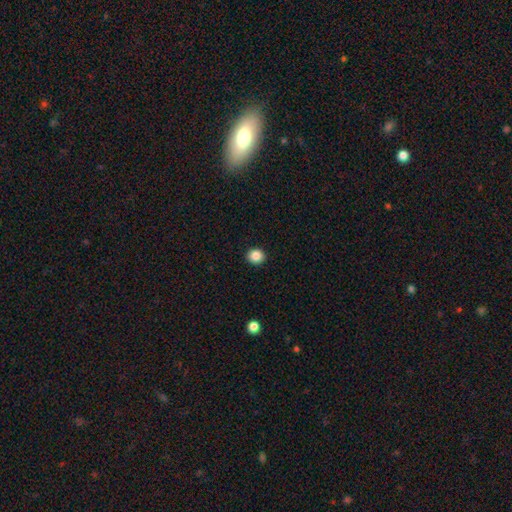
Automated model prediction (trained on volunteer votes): Morphology: type=smooth (87%); roundness=round (86%); merging=none (92%).